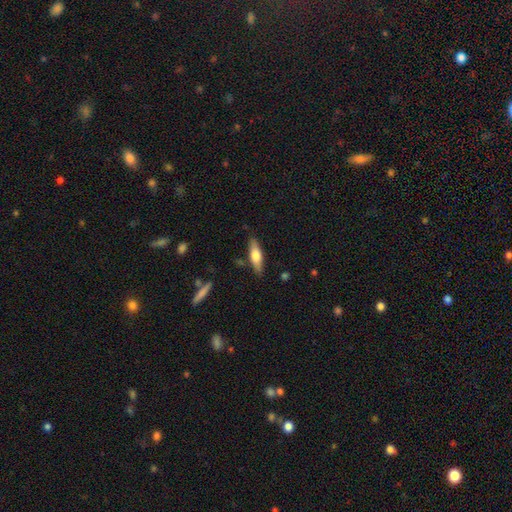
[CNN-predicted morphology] This appears to be a smooth galaxy with no disk features (59%) that is cigar-shaped (54%). Merging: none (83%).